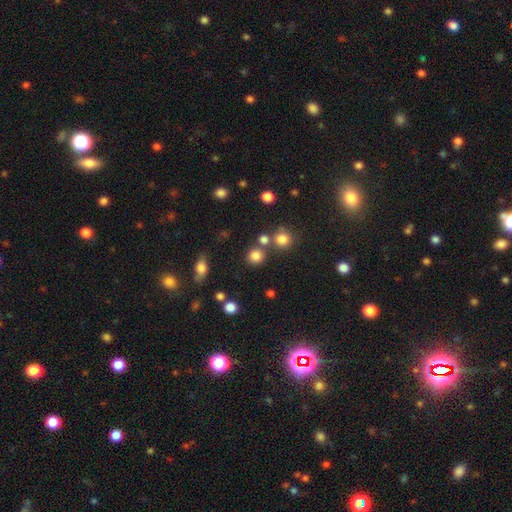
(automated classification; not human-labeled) This appears to be a smooth galaxy with no disk features (81%) that is round (90%). Merging: none (75%).